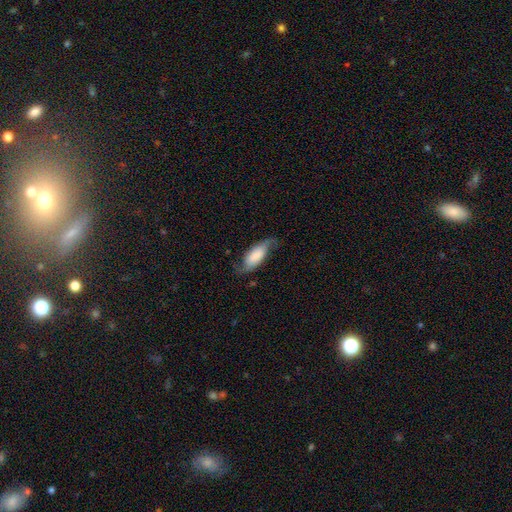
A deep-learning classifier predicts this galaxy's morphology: Overall: featured or disk (56%; smooth 36%). Edge-on disk: no (89%). Merging: none (66%).